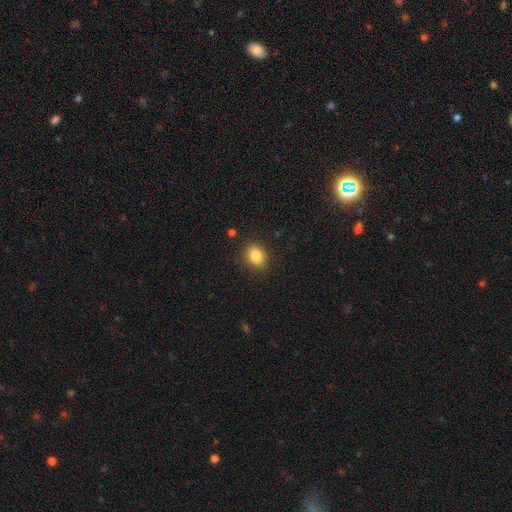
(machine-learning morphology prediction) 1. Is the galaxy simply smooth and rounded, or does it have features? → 84% smooth, 10% star or artifact, 7% featured or disk.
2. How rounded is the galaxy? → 52% in between, 47% round, 1% cigar-shaped.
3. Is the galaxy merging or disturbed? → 87% none, 9% minor disturbance, 3% major disturbance, 1% merger.